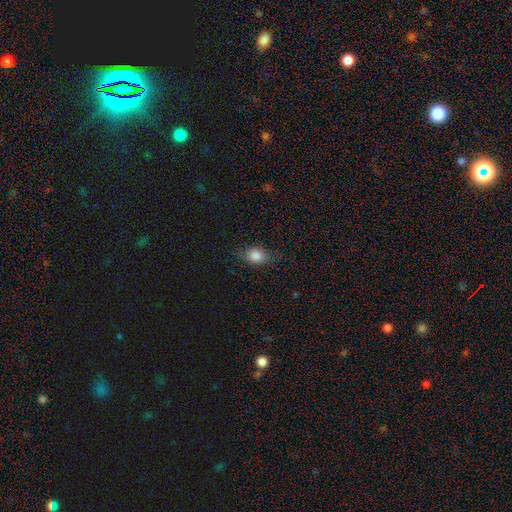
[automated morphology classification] Smooth or featured: smooth — 84% (star or artifact — 10%)
How rounded: in between — 62% (round — 36%)
Merging: none — 77% (minor disturbance — 17%)